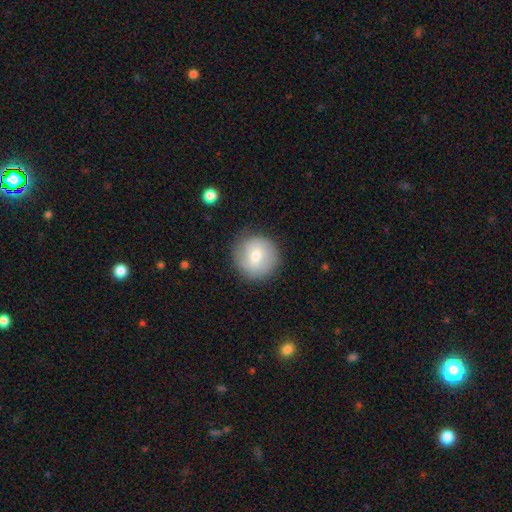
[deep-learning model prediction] smooth_or_featured: smooth (p=0.66) [alt: featured or disk p=0.26]
how_rounded: round (p=0.94) [alt: in between p=0.05]
merging: none (p=0.83) [alt: minor disturbance p=0.12]